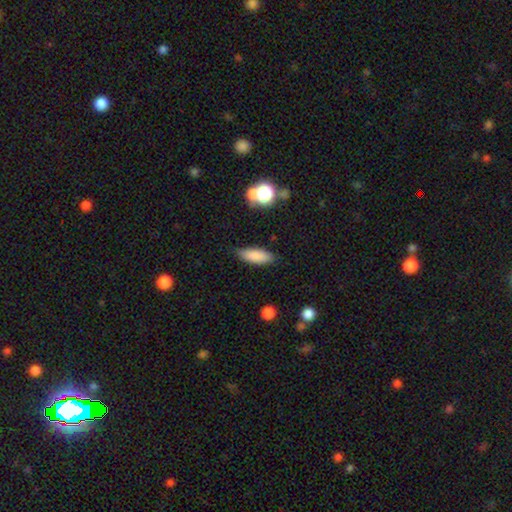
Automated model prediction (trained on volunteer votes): A smooth galaxy with no disk features (84%) that is in between round and cigar-shaped (63%). Merging: none (83%).